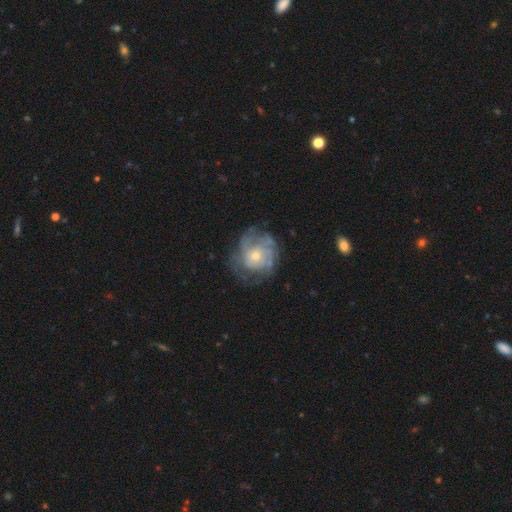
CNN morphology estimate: Smooth or featured? Predicted: featured or disk (p=0.67). Edge-on disk? Predicted: no (p=0.97). Bar? Predicted: no (p=0.82). Spiral arms? Predicted: yes (p=0.70). Bulge size? Predicted: small (p=0.49). Merging? Predicted: none (p=0.63).